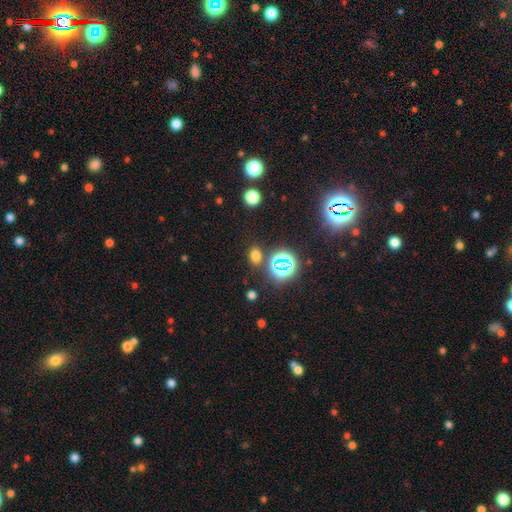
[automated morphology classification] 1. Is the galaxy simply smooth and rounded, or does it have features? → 63% smooth, 31% star or artifact, 6% featured or disk.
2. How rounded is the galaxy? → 64% in between, 34% round, 2% cigar-shaped.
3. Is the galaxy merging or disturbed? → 82% none, 9% minor disturbance, 5% merger, 4% major disturbance.